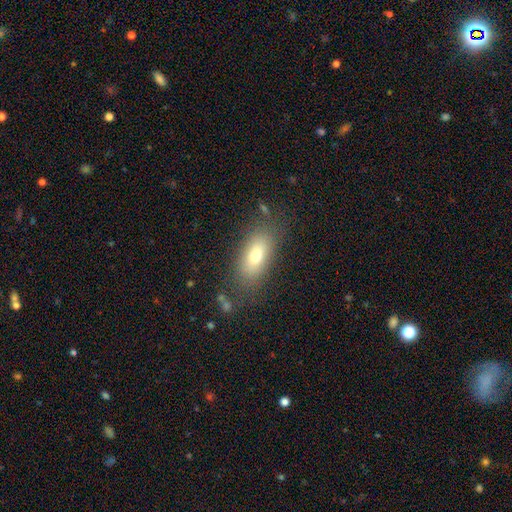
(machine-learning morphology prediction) type=smooth (73%); roundness=in between (80%); merging=none (79%).